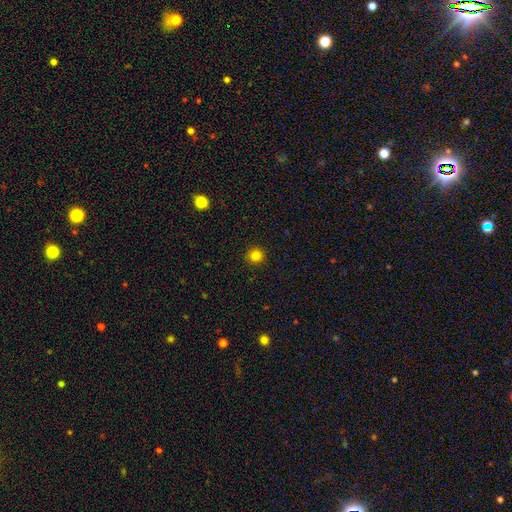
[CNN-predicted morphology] smooth-or-featured: smooth: 83% | star or artifact: 12% | featured or disk: 5%
  how-rounded: round: 94% | in between: 5% | cigar-shaped: 1%
  merging: none: 92% | minor disturbance: 5% | major disturbance: 2% | merger: 1%